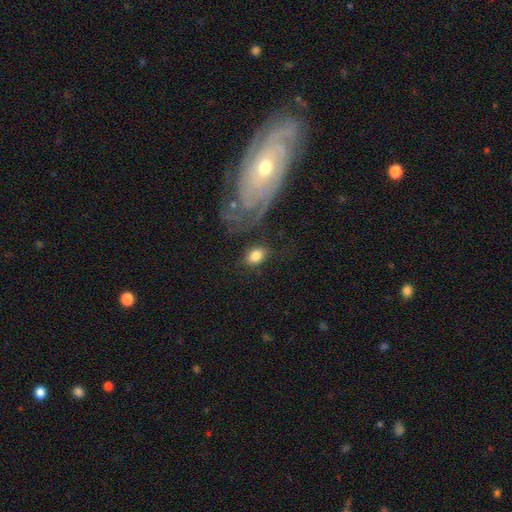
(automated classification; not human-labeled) smooth_or_featured: smooth (p=0.80) [alt: featured or disk p=0.13]
how_rounded: in between (p=0.78) [alt: round p=0.21]
merging: none (p=0.75) [alt: minor disturbance p=0.14]